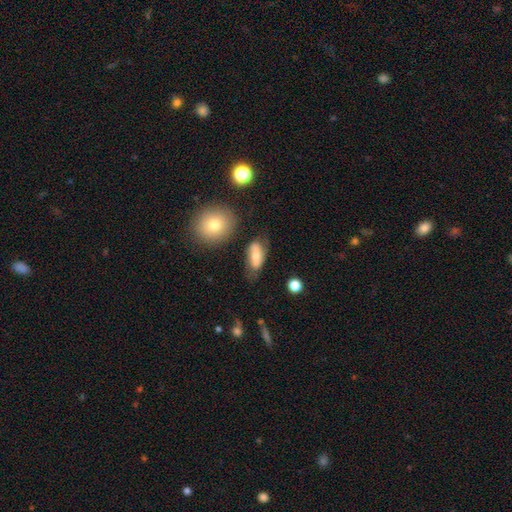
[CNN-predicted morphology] type=smooth (53%); roundness=in between (81%); merging=none (61%).